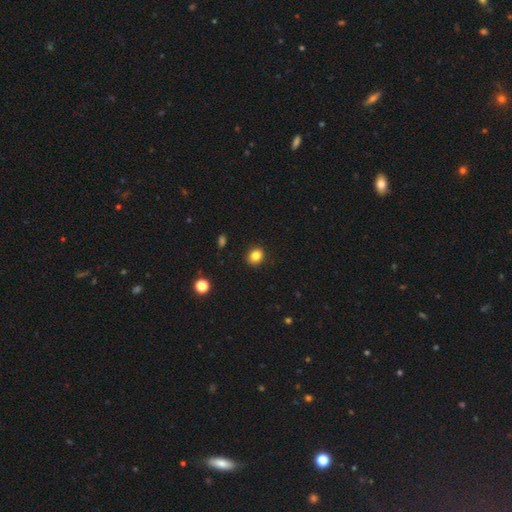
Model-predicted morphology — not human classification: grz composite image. It shows a smooth galaxy with no disk features (83%) that is round (71%). Merging: none (90%).